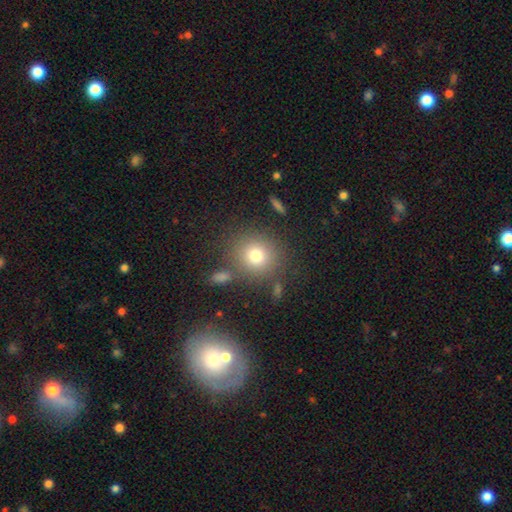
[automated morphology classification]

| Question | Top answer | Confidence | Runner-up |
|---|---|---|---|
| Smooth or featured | smooth | 76% | star or artifact (13%) |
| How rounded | round | 87% | in between (12%) |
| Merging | none | 78% | minor disturbance (10%) |